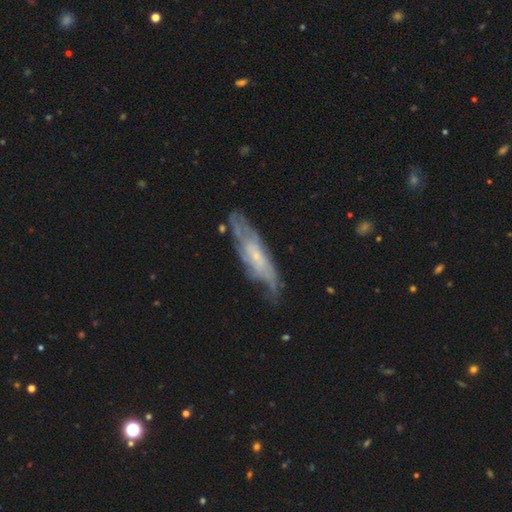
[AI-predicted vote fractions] Smooth or featured?
  - featured or disk: 66% *
  - smooth: 27%
  - star or artifact: 7%
Edge-on disk?
  - no: 62% *
  - yes: 38%
Merging?
  - none: 65% *
  - minor disturbance: 24%
  - major disturbance: 9%
  - merger: 2%